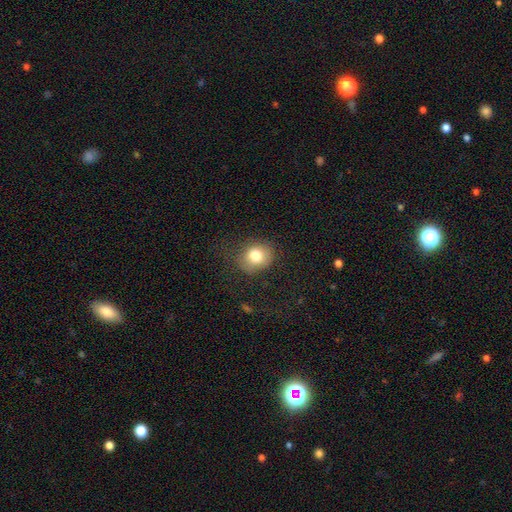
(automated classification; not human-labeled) Smooth or featured: smooth — 80% (featured or disk — 10%)
How rounded: round — 66% (in between — 33%)
Merging: none — 71% (minor disturbance — 19%)